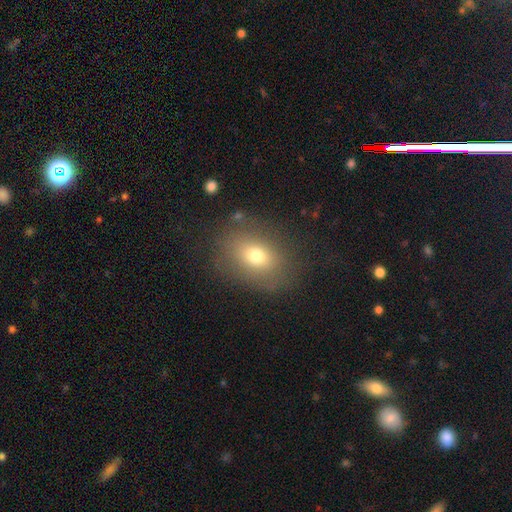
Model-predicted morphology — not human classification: A smooth galaxy with no disk features (71%) that is in between round and cigar-shaped (64%). Merging: none (80%).